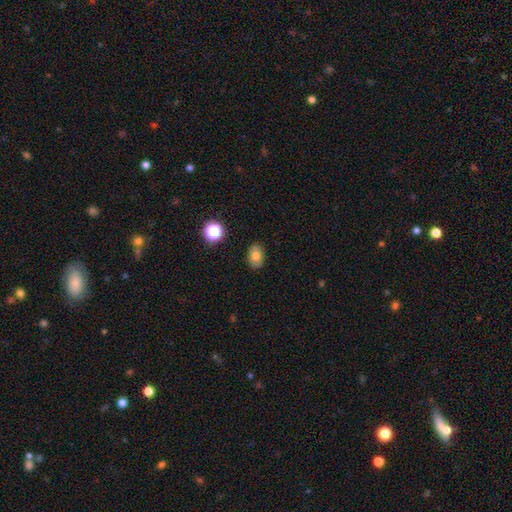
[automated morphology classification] smooth_or_featured: smooth (p=0.70) [alt: featured or disk p=0.18]
how_rounded: in between (p=0.71) [alt: round p=0.28]
merging: none (p=0.84) [alt: minor disturbance p=0.12]